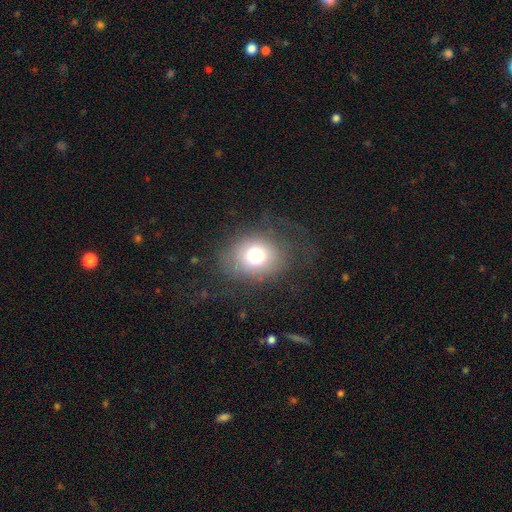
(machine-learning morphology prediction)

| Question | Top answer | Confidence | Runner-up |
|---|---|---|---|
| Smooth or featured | smooth | 71% | featured or disk (16%) |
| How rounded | round | 58% | in between (41%) |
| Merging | none | 65% | minor disturbance (17%) |